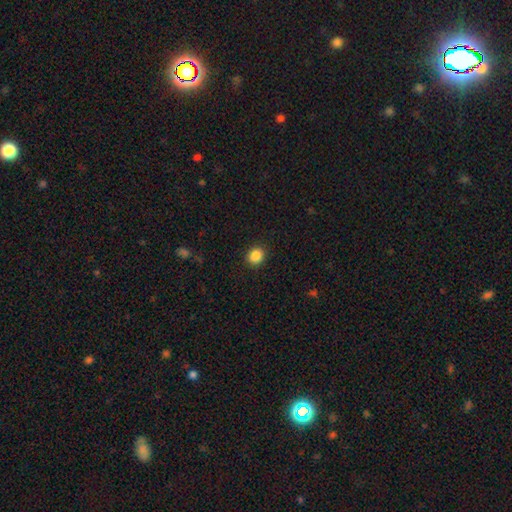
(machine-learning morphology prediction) Smooth or featured? Predicted: smooth (p=0.86). How rounded? Predicted: round (p=0.77). Merging? Predicted: none (p=0.91).